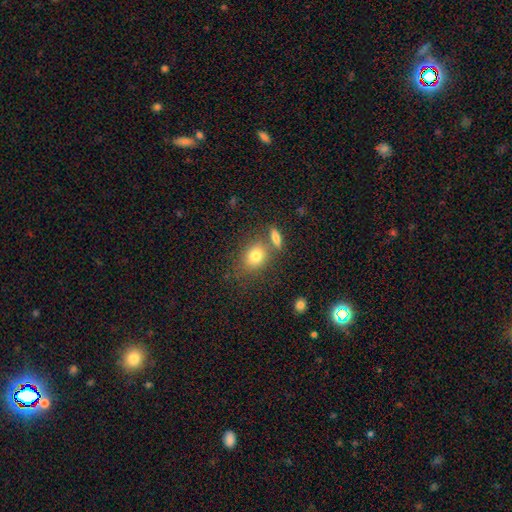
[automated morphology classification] smooth 79%, featured or disk 11%, star or artifact 10%. Down the decision tree: how rounded — in between (53%); merging — none (62%).